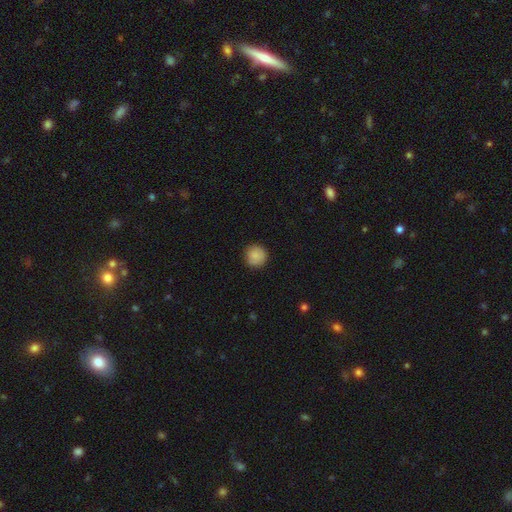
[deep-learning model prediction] Morphology: type=smooth (87%); roundness=round (94%); merging=none (89%).